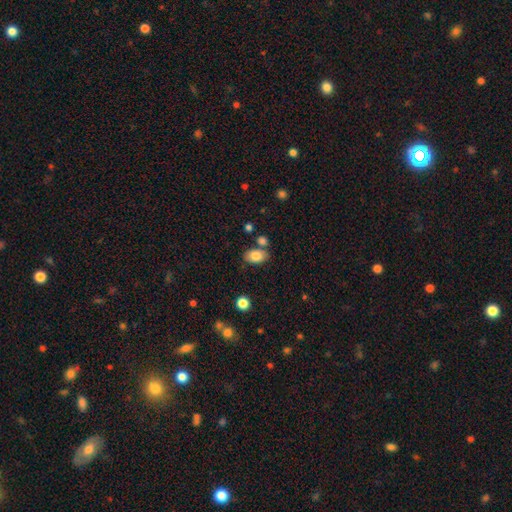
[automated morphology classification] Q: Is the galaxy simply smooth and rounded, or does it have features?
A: smooth — 82%.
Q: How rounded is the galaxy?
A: in between — 86%.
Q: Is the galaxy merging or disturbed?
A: none — 69%.